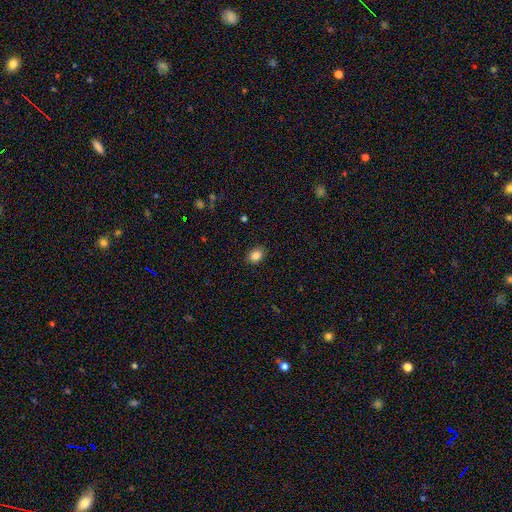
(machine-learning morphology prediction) Q: Smooth or featured?
A: smooth (86%); runner-up: star or artifact (10%)
Q: How rounded?
A: in between (57%); runner-up: round (42%)
Q: Merging?
A: none (88%); runner-up: minor disturbance (8%)